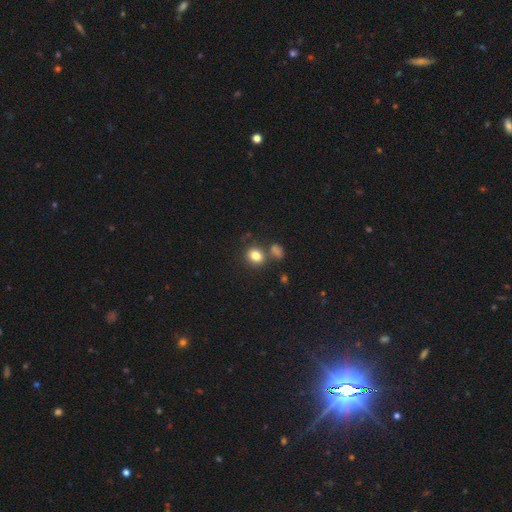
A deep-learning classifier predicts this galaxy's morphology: A smooth galaxy with no disk features (82%) that is round (63%).

Vote fractions:
- Smooth or featured? smooth: 82% / star or artifact: 11% / featured or disk: 7%
- How rounded? round: 63% / in between: 36% / cigar-shaped: 1%
- Merging? none: 67% / merger: 17% / minor disturbance: 12% / major disturbance: 4%